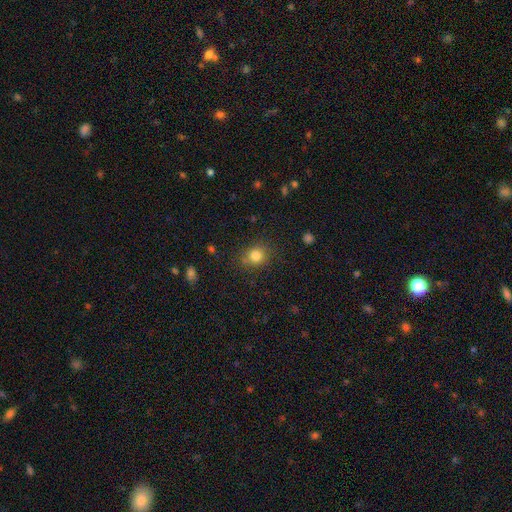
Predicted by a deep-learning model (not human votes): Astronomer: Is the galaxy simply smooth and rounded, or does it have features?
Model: smooth — 82%.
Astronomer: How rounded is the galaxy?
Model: round — 74%.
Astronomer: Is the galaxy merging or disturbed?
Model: none — 80%.